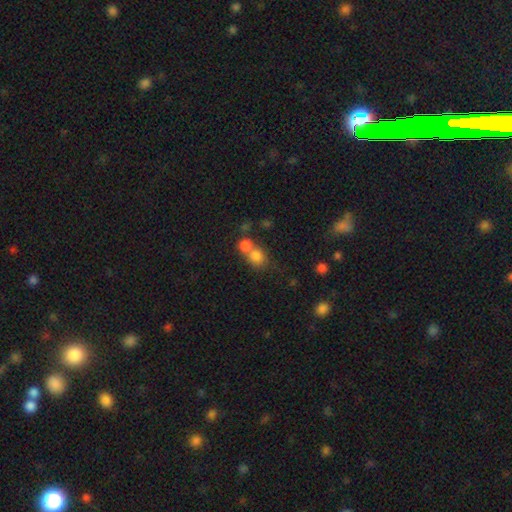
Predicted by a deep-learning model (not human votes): This is likely a smooth galaxy (79%). How rounded: likely round (72%). Merging: possibly merger (52%).